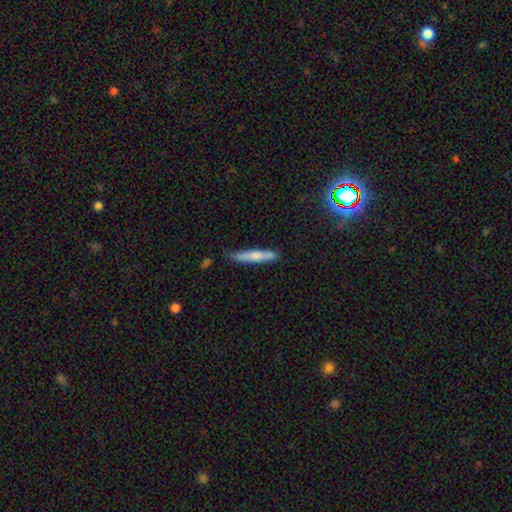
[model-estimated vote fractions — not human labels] Smooth or featured? smooth (66%)
How rounded? cigar-shaped (91%)
Merging? none (76%)